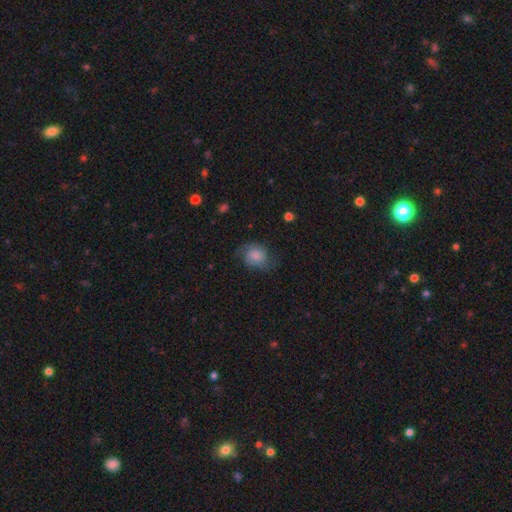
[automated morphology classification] Overall: smooth (48%; featured or disk 43%). Merging: none (60%; minor disturbance 24%).